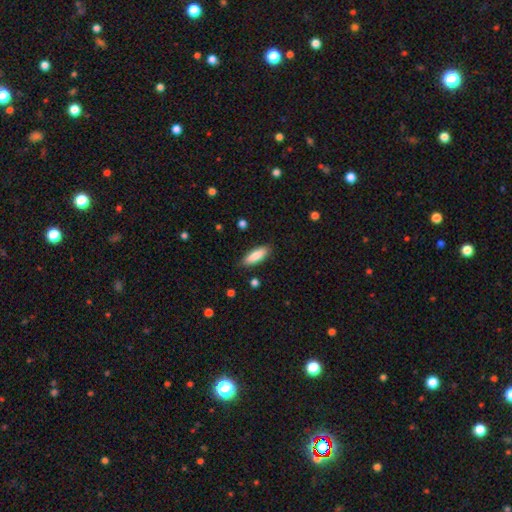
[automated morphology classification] smooth 87%, featured or disk 8%, star or artifact 6%. Down the decision tree: how rounded — in between (58%); merging — none (87%).